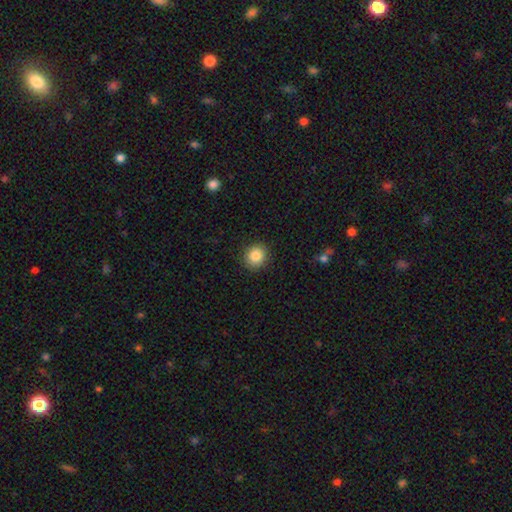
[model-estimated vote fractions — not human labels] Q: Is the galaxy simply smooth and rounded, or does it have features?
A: smooth — 86%.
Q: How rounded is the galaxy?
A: round — 85%.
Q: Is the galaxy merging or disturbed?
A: none — 90%.